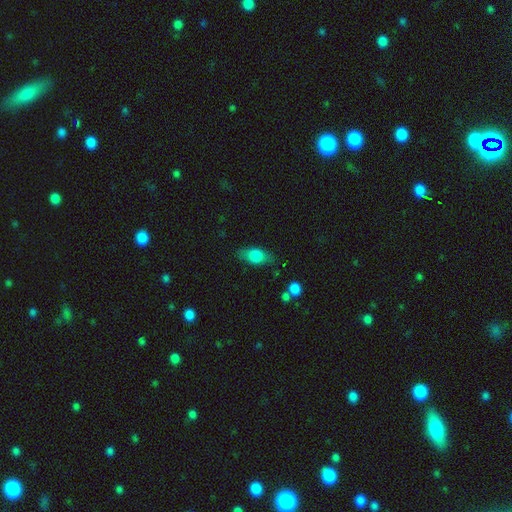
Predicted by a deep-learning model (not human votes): Morphology: type=smooth (73%); roundness=in between (81%); merging=none (76%).